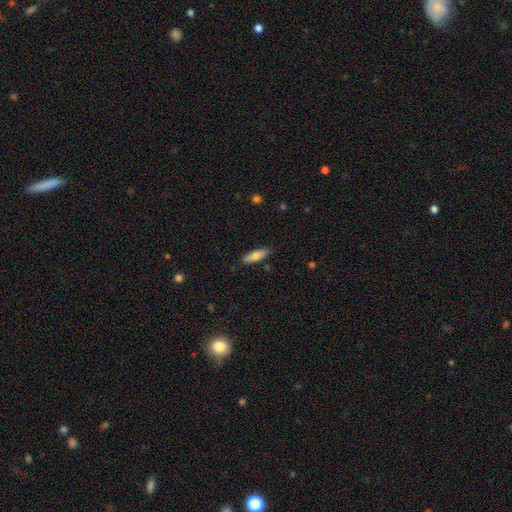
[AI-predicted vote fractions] This is likely a smooth galaxy (72%). How rounded: possibly in between (51%). Merging: clearly none (85%).